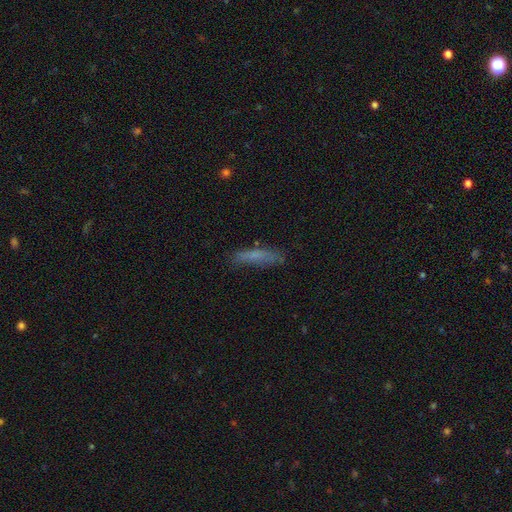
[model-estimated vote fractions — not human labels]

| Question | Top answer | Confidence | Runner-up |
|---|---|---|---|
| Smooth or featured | smooth | 69% | featured or disk (21%) |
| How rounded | cigar-shaped | 83% | in between (15%) |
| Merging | none | 76% | minor disturbance (17%) |